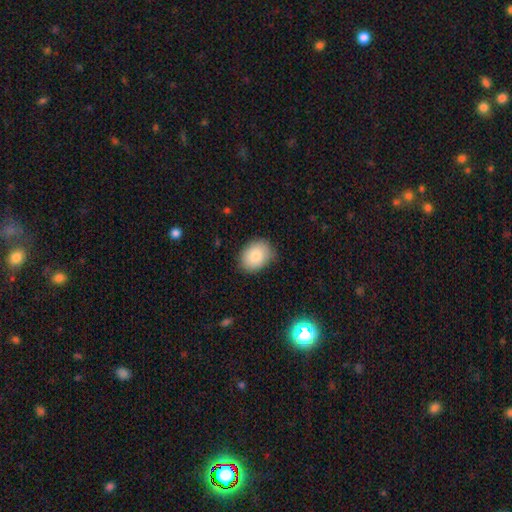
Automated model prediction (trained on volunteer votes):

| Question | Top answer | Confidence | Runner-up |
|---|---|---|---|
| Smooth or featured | smooth | 83% | featured or disk (9%) |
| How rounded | in between | 65% | round (34%) |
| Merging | none | 82% | minor disturbance (14%) |